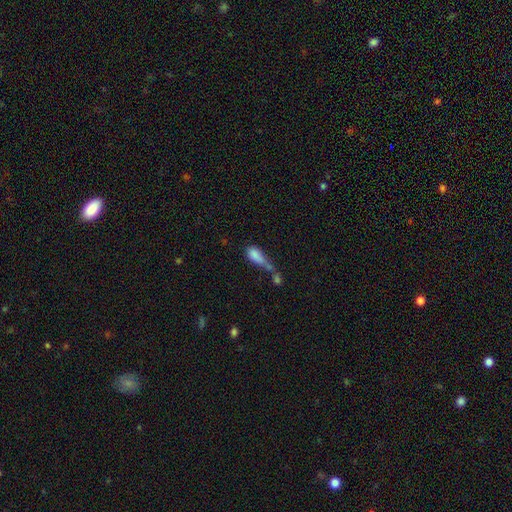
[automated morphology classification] This appears to be a smooth galaxy with no disk features (77%) that is in between round and cigar-shaped (76%). Merging: merger (45%).